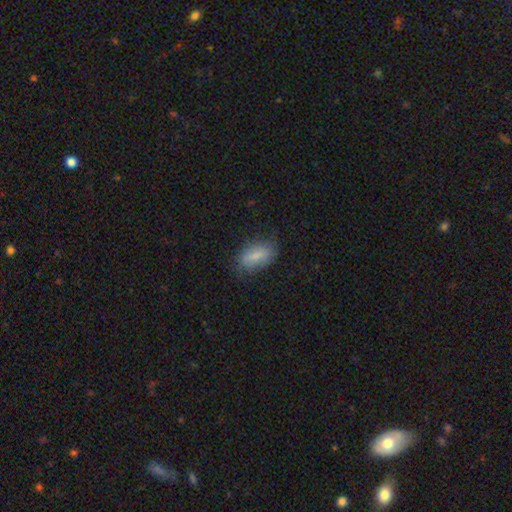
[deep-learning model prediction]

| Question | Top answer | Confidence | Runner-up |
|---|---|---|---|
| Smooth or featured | smooth | 80% | featured or disk (13%) |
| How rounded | in between | 89% | cigar-shaped (7%) |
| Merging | none | 74% | minor disturbance (20%) |